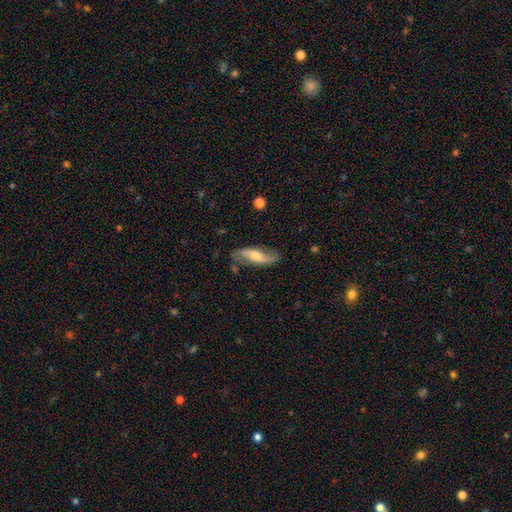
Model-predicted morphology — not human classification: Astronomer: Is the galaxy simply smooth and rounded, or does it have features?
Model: featured or disk — 68%.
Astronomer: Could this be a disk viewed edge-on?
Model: no — 80%.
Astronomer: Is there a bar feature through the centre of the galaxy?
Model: no — 47% (runner-up: weak, 33%).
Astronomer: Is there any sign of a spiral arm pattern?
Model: yes — 88%.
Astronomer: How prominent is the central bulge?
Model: moderate — 61%.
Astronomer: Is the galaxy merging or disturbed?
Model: none — 76%.